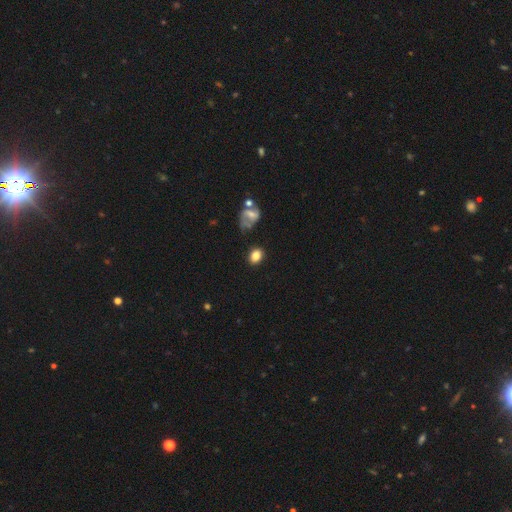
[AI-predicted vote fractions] Smooth or featured? Predicted: smooth (p=0.82). How rounded? Predicted: in between (p=0.68). Merging? Predicted: none (p=0.76).